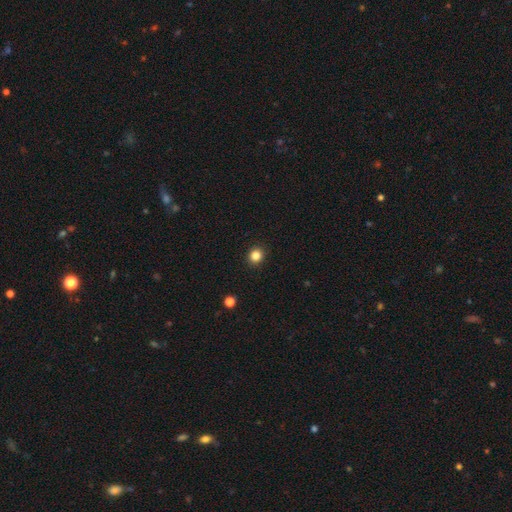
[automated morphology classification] The model was most divided on "smooth or featured": smooth: 84%, star or artifact: 12%, featured or disk: 4%. More confident: merging — none (92%); how rounded — round (87%).